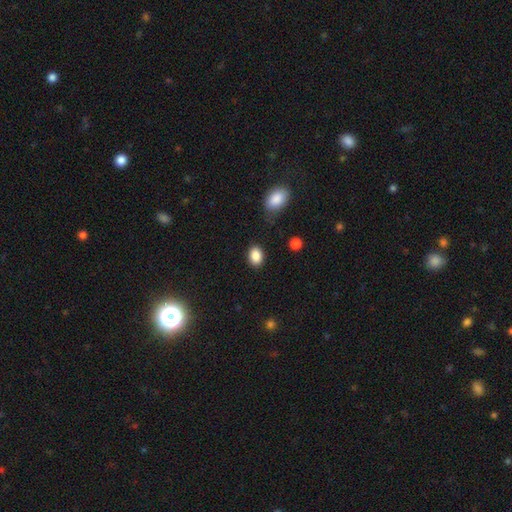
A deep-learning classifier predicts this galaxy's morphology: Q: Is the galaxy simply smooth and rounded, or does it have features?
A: smooth — 88%.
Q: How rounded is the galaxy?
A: in between — 73%.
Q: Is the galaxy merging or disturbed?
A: none — 85%.